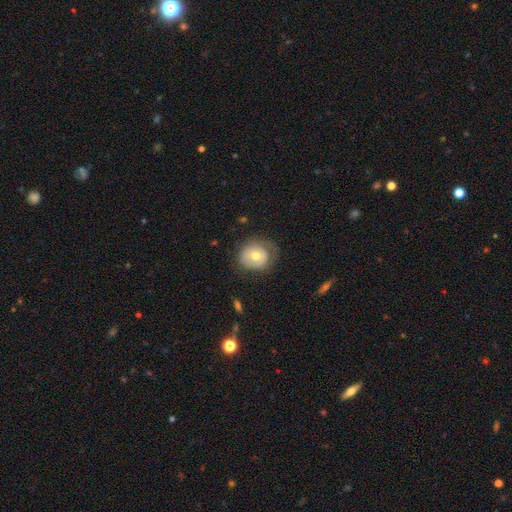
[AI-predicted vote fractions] A smooth galaxy with no disk features (57%) that is round (76%).

Vote fractions:
- Smooth or featured? smooth: 57% / featured or disk: 36% / star or artifact: 7%
- How rounded? round: 76% / in between: 23% / cigar-shaped: 1%
- Merging? none: 61% / minor disturbance: 25% / major disturbance: 12% / merger: 1%